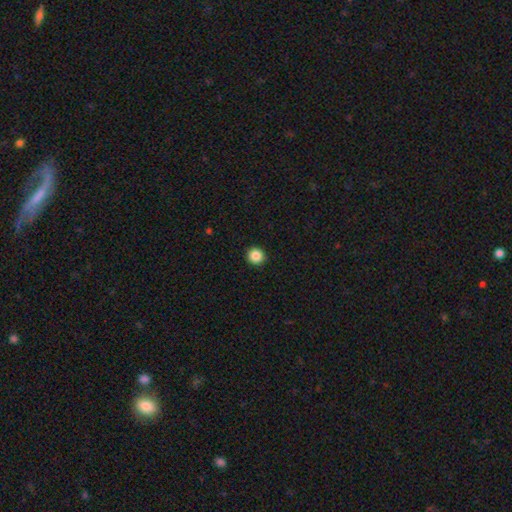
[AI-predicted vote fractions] Q: Smooth or featured?
A: smooth (86%); runner-up: star or artifact (10%)
Q: How rounded?
A: round (95%); runner-up: in between (4%)
Q: Merging?
A: none (93%); runner-up: minor disturbance (4%)